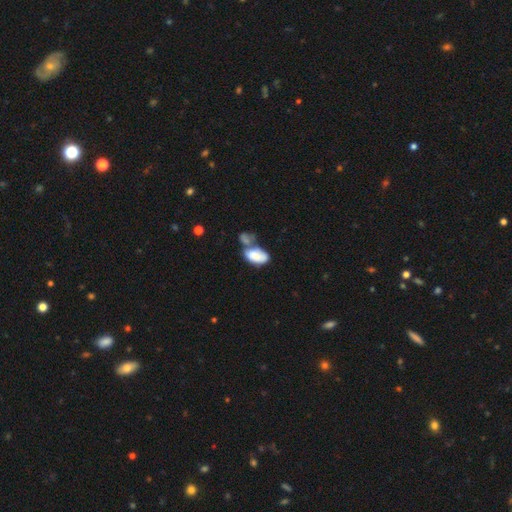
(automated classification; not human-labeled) Smooth or featured: smooth — 76% (featured or disk — 17%)
How rounded: in between — 94% (round — 4%)
Merging: merger — 56% (none — 18%)